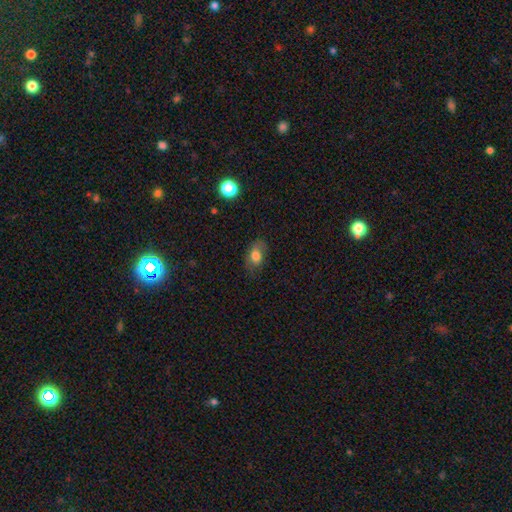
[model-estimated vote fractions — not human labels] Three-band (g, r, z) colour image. It shows a smooth galaxy with no disk features (74%) that is in between round and cigar-shaped (82%). Merging: none (66%).